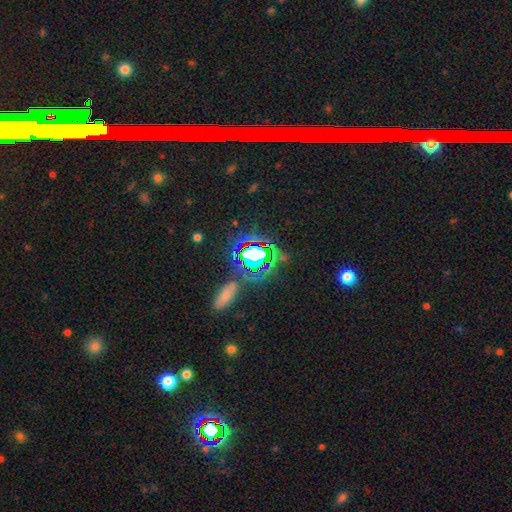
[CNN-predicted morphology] Smooth or featured: star or artifact — 70% (smooth — 19%)